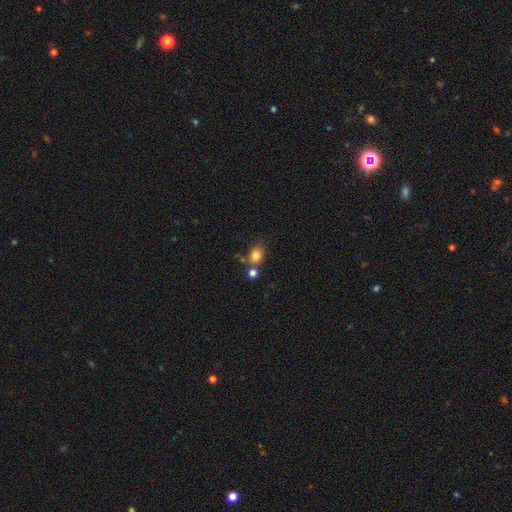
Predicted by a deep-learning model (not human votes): Smooth or featured? smooth (80%)
How rounded? round (60%)
Merging? none (59%)